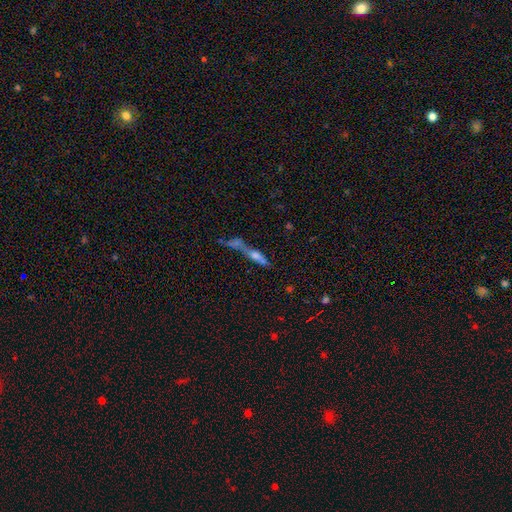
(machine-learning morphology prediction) type=featured or disk (51%); edge-on=yes (72%); merging=merger (42%).